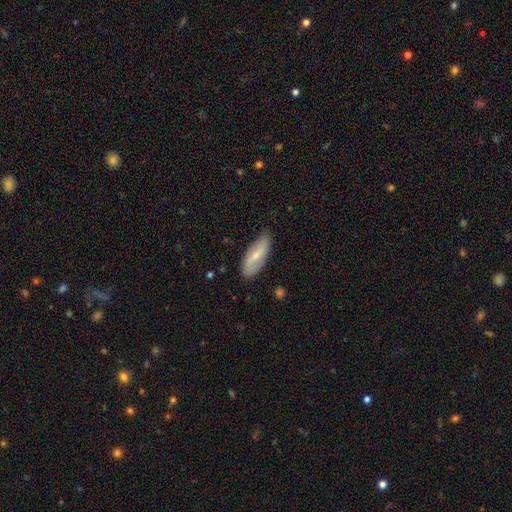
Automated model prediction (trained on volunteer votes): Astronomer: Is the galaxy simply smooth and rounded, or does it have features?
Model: featured or disk — 53% (runner-up: smooth, 41%).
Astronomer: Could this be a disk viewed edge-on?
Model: no — 81%.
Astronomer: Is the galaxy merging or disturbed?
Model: none — 80%.